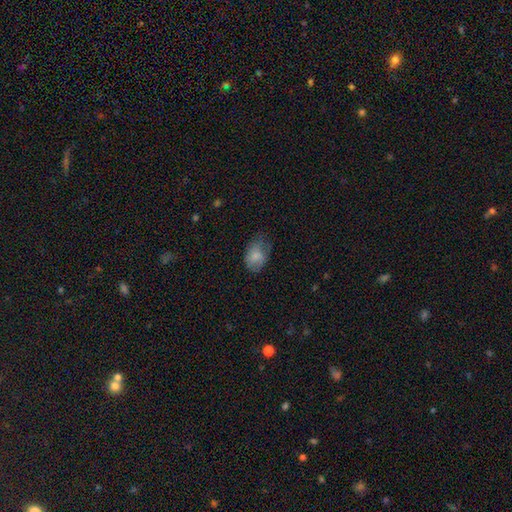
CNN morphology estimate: type=smooth (78%); roundness=in between (77%); merging=none (47%).